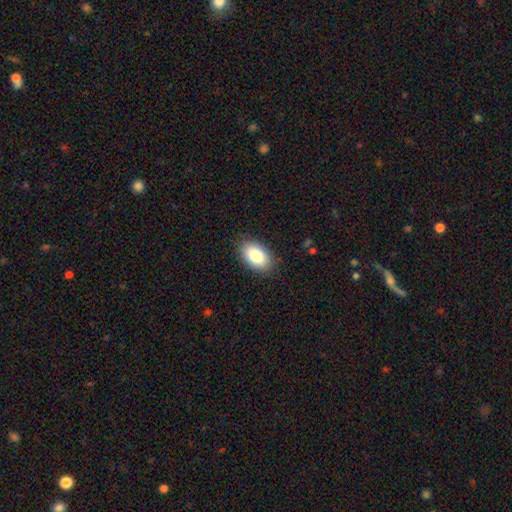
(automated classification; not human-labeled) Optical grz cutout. It shows a smooth galaxy with no disk features (85%) that is in between round and cigar-shaped (93%). Merging: none (87%).